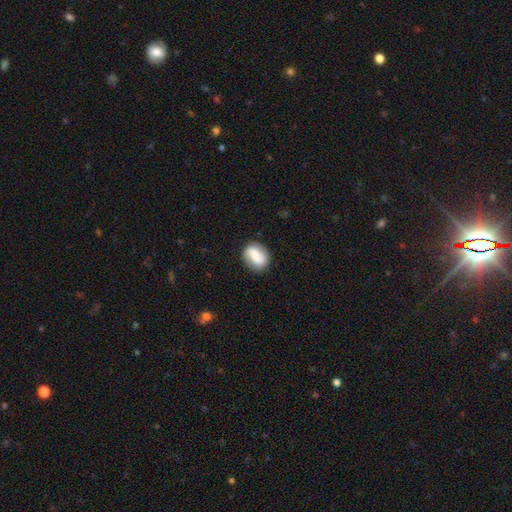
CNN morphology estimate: Smooth or featured?
  - smooth: 49% *
  - featured or disk: 43%
  - star or artifact: 8%
Merging?
  - none: 79% *
  - minor disturbance: 14%
  - major disturbance: 5%
  - merger: 2%